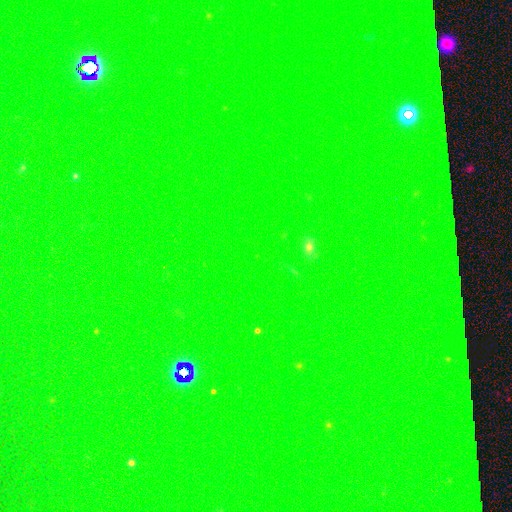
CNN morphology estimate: A star or artifact, not a galaxy (76%).

Vote fractions:
- Smooth or featured? star or artifact: 76% / smooth: 14% / featured or disk: 9%